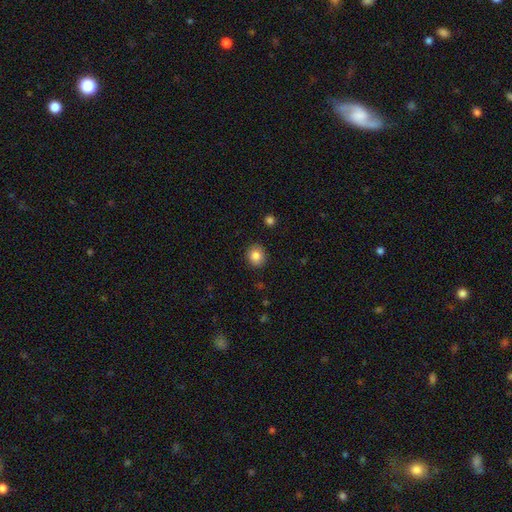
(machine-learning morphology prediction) This appears to be a smooth galaxy with no disk features (85%) that is round (77%). Merging: none (89%).